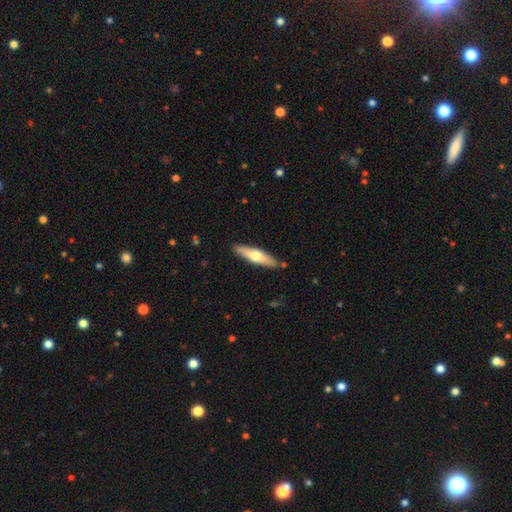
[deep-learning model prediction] smooth 51%, featured or disk 44%, star or artifact 5%. Down the decision tree: how rounded — cigar-shaped (73%); merging — none (87%).